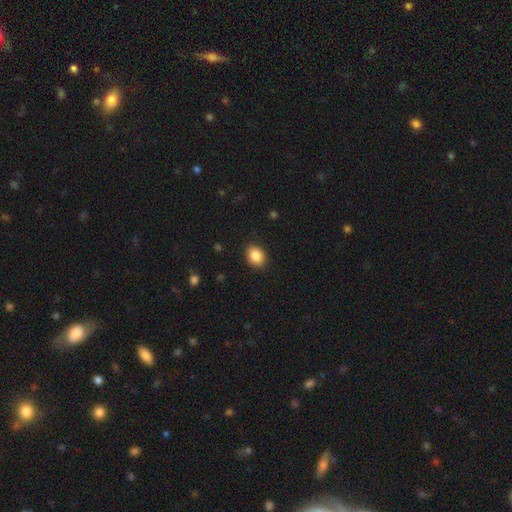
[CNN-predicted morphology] Smooth or featured? smooth (87%)
How rounded? in between (58%)
Merging? none (88%)